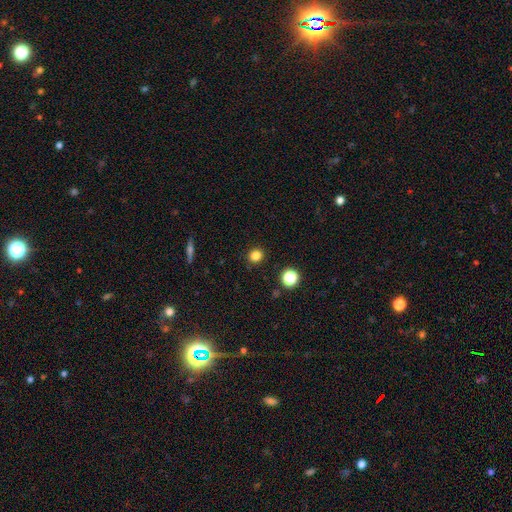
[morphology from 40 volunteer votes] smooth 80%, featured or disk 10%, star or artifact 10%. Down the decision tree: how rounded — round (88%); merging — none (89%).